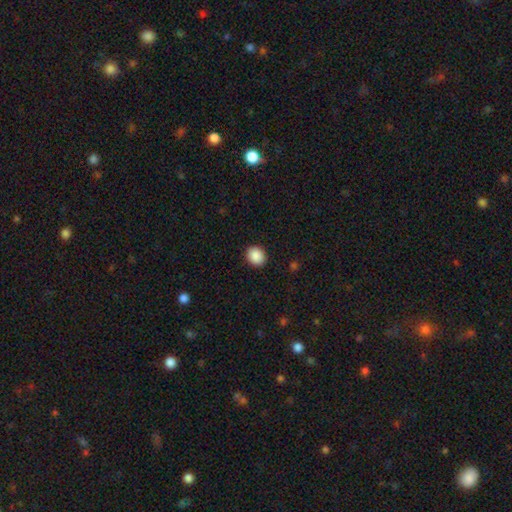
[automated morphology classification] Overall: smooth (89%). How rounded: round (62%; in between 37%). Merging: none (91%).